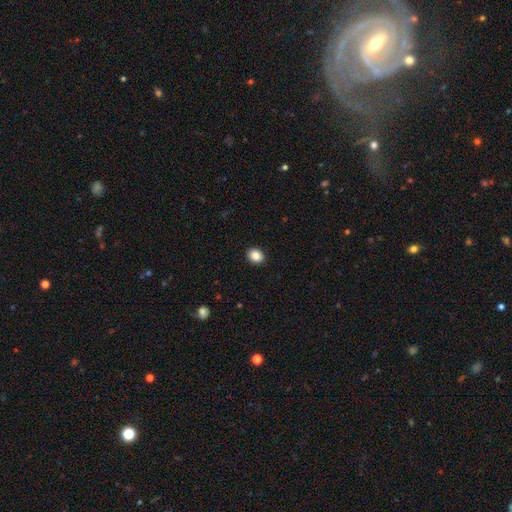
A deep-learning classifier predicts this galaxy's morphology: Q: Smooth or featured?
A: smooth (86%); runner-up: star or artifact (9%)
Q: How rounded?
A: in between (50%); runner-up: round (49%)
Q: Merging?
A: none (91%); runner-up: minor disturbance (6%)